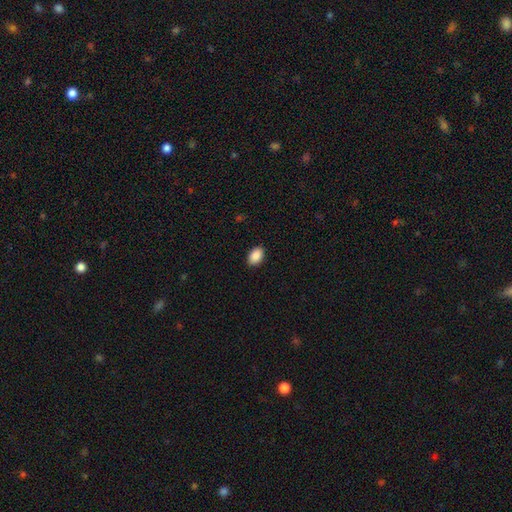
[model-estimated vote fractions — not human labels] Smooth or featured? smooth (89%)
How rounded? in between (87%)
Merging? none (90%)